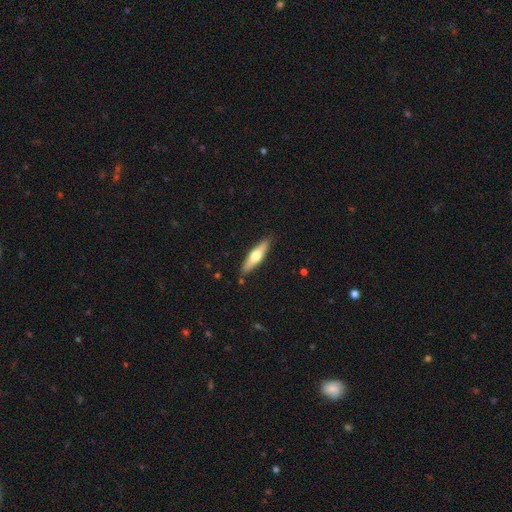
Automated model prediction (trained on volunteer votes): smooth-or-featured: smooth: 48% | featured or disk: 46% | star or artifact: 5%
  merging: none: 88% | minor disturbance: 9% | major disturbance: 2% | merger: 2%